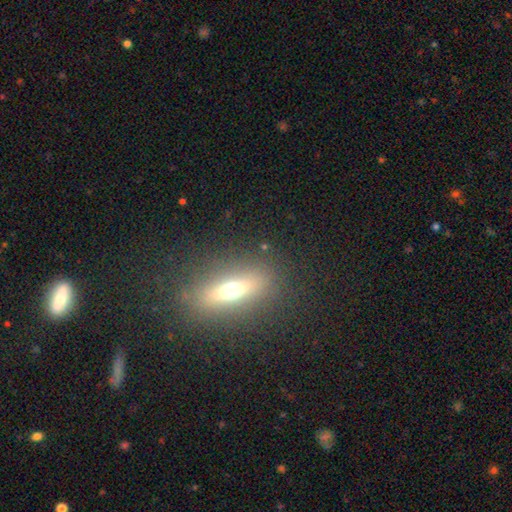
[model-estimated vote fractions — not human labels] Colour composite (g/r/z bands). It shows a featured or disk galaxy (50%) viewed edge-on (81%). Merging: none (84%).